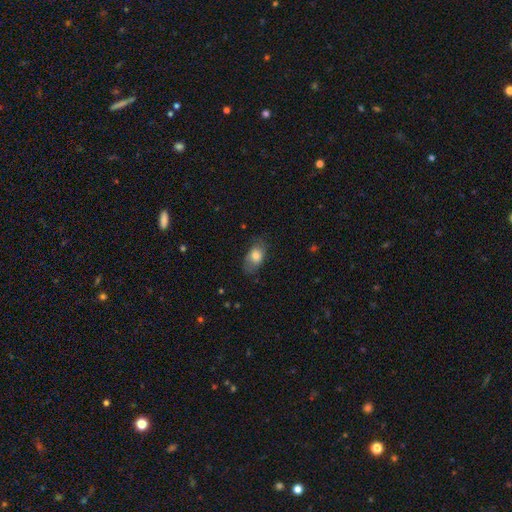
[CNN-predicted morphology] Smooth or featured? Predicted: smooth (p=0.72). How rounded? Predicted: in between (p=0.86). Merging? Predicted: none (p=0.66).